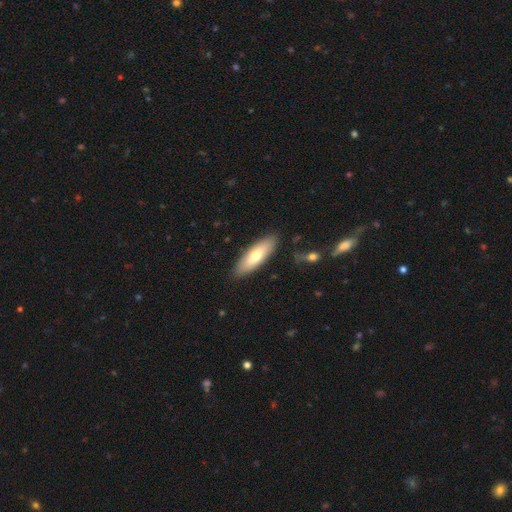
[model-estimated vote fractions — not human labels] This is likely a smooth galaxy (68%). How rounded: possibly in between (55%). Merging: clearly none (87%).